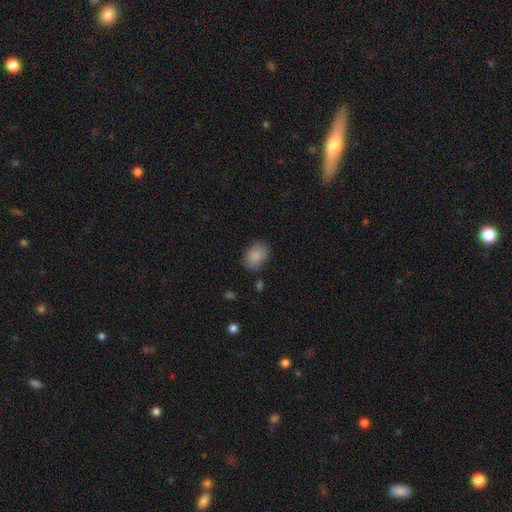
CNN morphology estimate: smooth_or_featured: smooth (p=0.88) [alt: star or artifact p=0.07]
how_rounded: in between (p=0.77) [alt: round p=0.22]
merging: none (p=0.79) [alt: minor disturbance p=0.15]